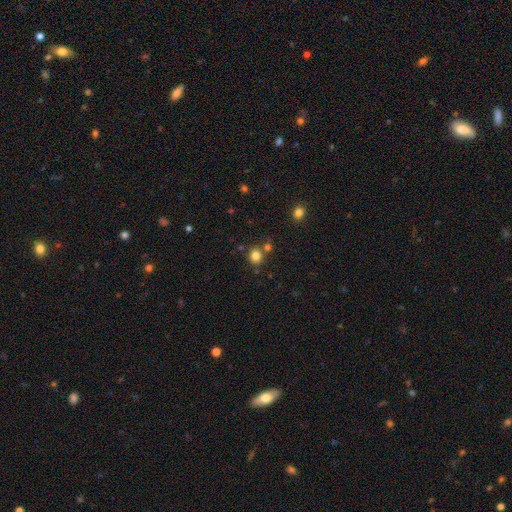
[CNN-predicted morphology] Smooth or featured: smooth — 81% (star or artifact — 14%)
How rounded: round — 84% (in between — 16%)
Merging: none — 75% (merger — 14%)